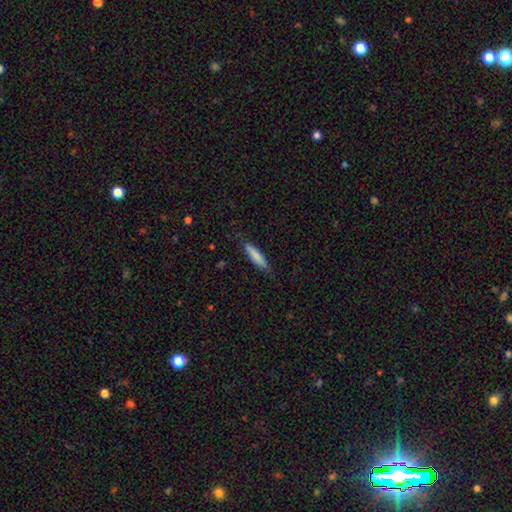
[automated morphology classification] Smooth or featured?
  - smooth: 81% *
  - featured or disk: 14%
  - star or artifact: 6%
How rounded?
  - cigar-shaped: 82% *
  - in between: 17%
  - round: 1%
Merging?
  - none: 82% *
  - minor disturbance: 14%
  - major disturbance: 3%
  - merger: 1%